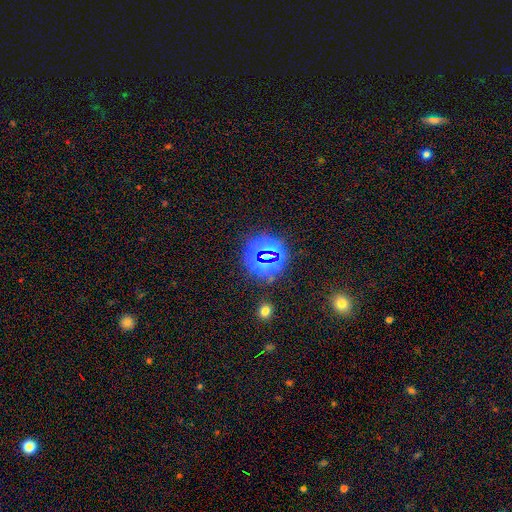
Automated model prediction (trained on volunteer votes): This is likely a star or artifact rather than a galaxy (77%).